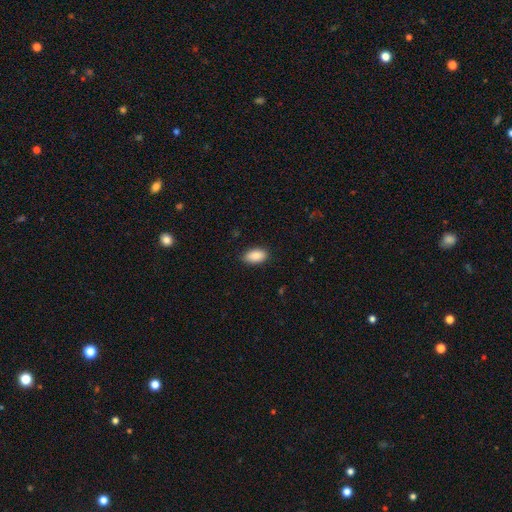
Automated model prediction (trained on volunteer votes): smooth 89%, star or artifact 7%, featured or disk 4%. Down the decision tree: how rounded — in between (94%); merging — none (87%).